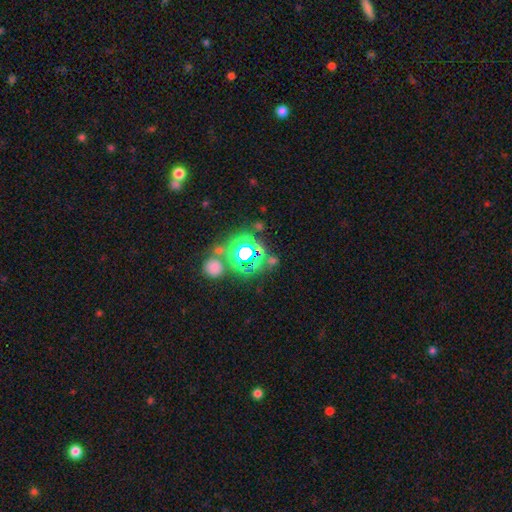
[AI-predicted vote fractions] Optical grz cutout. It shows a star or artifact, not a galaxy (69%).